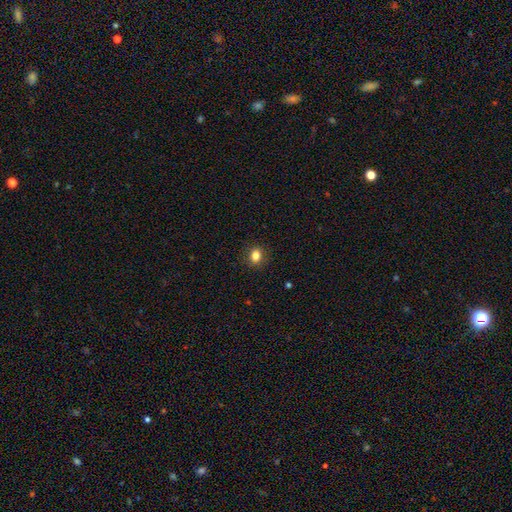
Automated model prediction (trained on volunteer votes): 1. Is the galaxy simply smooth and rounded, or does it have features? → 83% smooth, 11% star or artifact, 6% featured or disk.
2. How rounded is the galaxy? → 58% round, 41% in between, 1% cigar-shaped.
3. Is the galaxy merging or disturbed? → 89% none, 8% minor disturbance, 2% major disturbance, 1% merger.